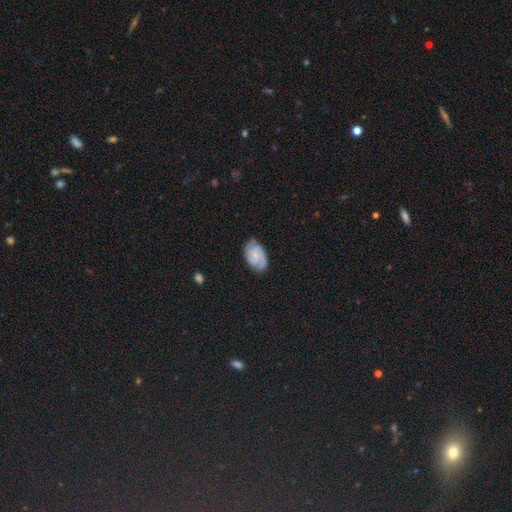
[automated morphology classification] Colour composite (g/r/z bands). It shows a featured or disk galaxy (64%) with no bar (69%), 2 (59%) tight (54%) spiral arms (92%) and a small central bulge (67%). Merging: none (74%).